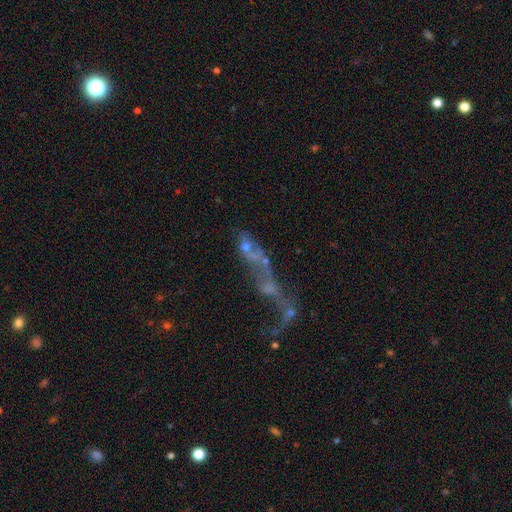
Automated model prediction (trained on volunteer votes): A featured or disk galaxy (48%).

Vote fractions:
- Smooth or featured? featured or disk: 48% / smooth: 30% / star or artifact: 22%
- Merging? merger: 55% / major disturbance: 25% / none: 14% / minor disturbance: 7%